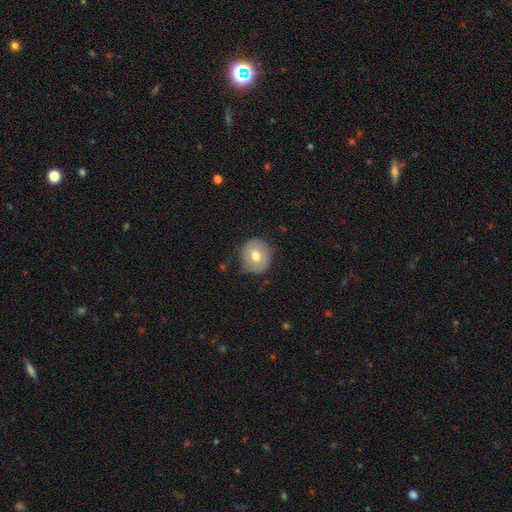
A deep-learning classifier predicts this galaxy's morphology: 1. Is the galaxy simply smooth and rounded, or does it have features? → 67% smooth, 25% featured or disk, 8% star or artifact.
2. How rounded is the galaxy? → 83% round, 16% in between, 1% cigar-shaped.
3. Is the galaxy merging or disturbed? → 78% none, 18% minor disturbance, 4% major disturbance, 1% merger.